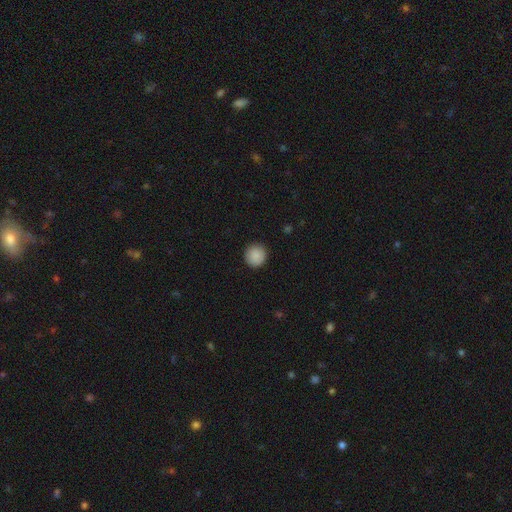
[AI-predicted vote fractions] smooth_or_featured: smooth (p=0.89) [alt: star or artifact p=0.08]
how_rounded: round (p=0.94) [alt: in between p=0.05]
merging: none (p=0.91) [alt: minor disturbance p=0.06]